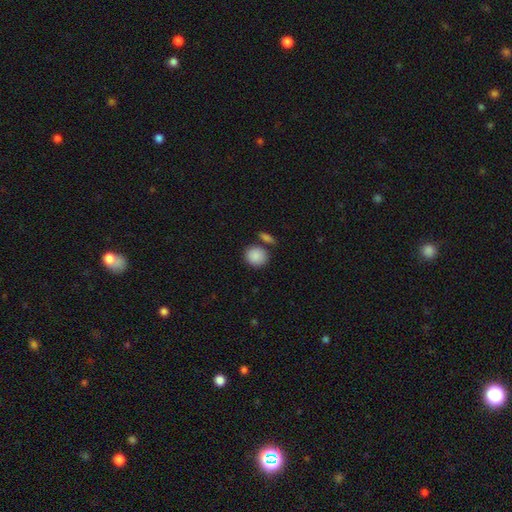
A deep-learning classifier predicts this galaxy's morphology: Smooth or featured?
  - smooth: 88% *
  - star or artifact: 7%
  - featured or disk: 4%
How rounded?
  - round: 76% *
  - in between: 23%
  - cigar-shaped: 1%
Merging?
  - none: 72% *
  - merger: 13%
  - minor disturbance: 12%
  - major disturbance: 4%